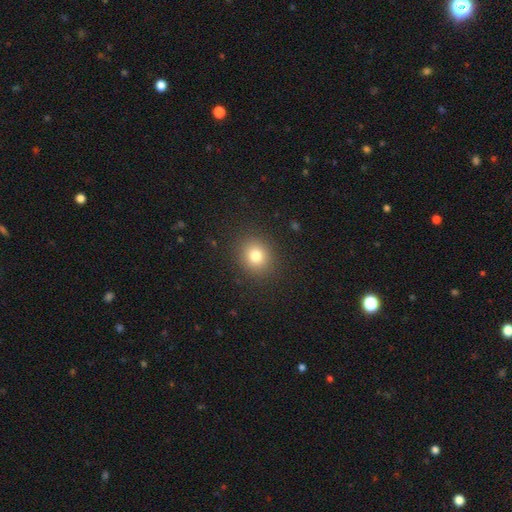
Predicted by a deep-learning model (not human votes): The model was most divided on "how rounded": round: 76%, in between: 23%, cigar-shaped: 1%. More confident: merging — none (89%); smooth or featured — smooth (79%).